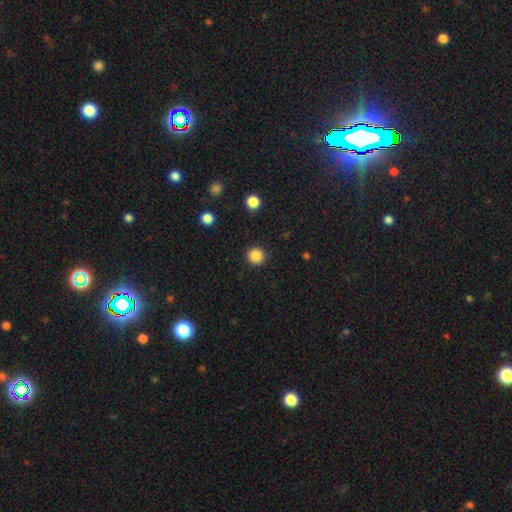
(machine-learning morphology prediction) Q: Smooth or featured?
A: smooth (86%); runner-up: star or artifact (11%)
Q: How rounded?
A: round (95%); runner-up: in between (4%)
Q: Merging?
A: none (92%); runner-up: minor disturbance (5%)